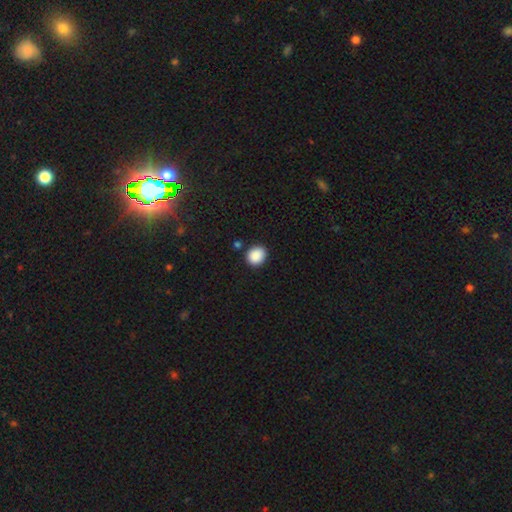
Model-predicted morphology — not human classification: The model was most divided on "how rounded": round: 68%, in between: 31%, cigar-shaped: 1%. More confident: smooth or featured — smooth (89%); merging — none (85%).